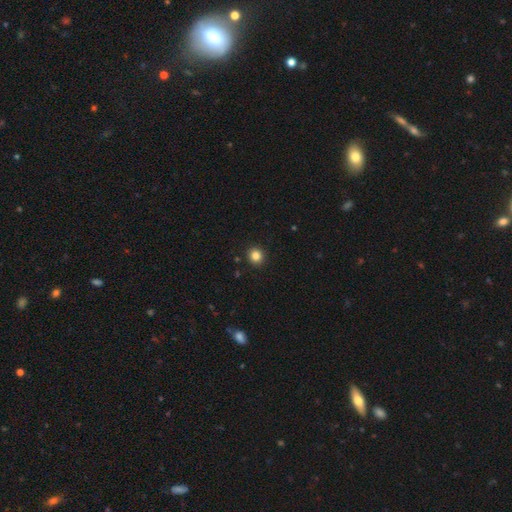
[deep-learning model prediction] Smooth or featured: smooth — 84% (star or artifact — 12%)
How rounded: round — 92% (in between — 7%)
Merging: none — 93% (minor disturbance — 5%)